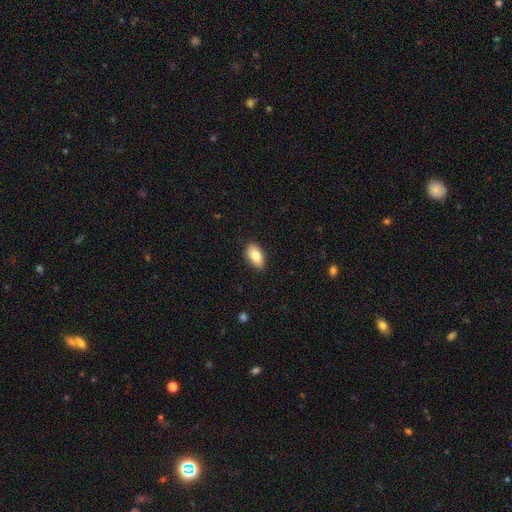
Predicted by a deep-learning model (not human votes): This is clearly a smooth galaxy (81%). How rounded: clearly in between (92%). Merging: clearly none (86%).